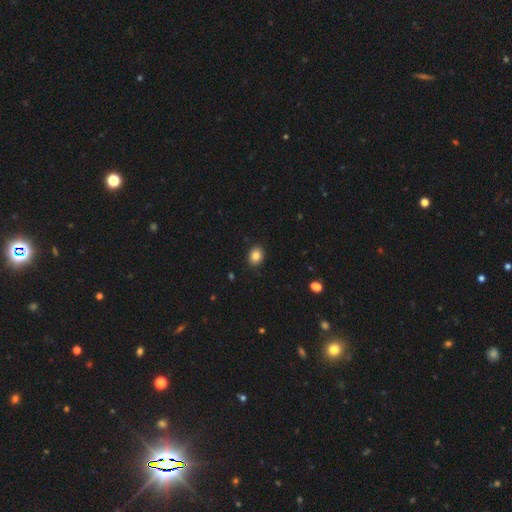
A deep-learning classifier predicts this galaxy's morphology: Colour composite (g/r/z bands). It shows a smooth galaxy with no disk features (85%) that is in between round and cigar-shaped (52%). Merging: none (90%).